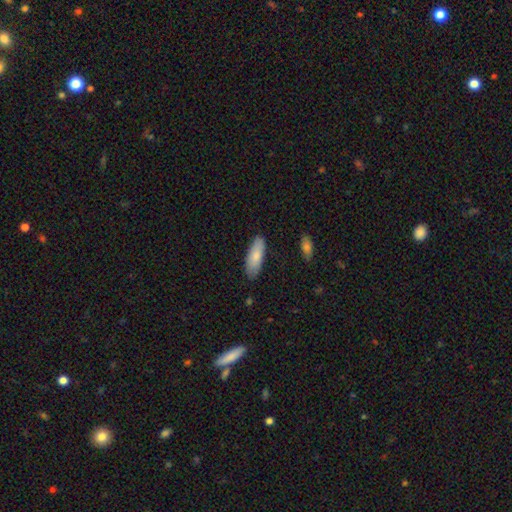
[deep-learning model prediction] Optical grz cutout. It shows a smooth galaxy with no disk features (81%) that is in between round and cigar-shaped (66%). Merging: none (84%).